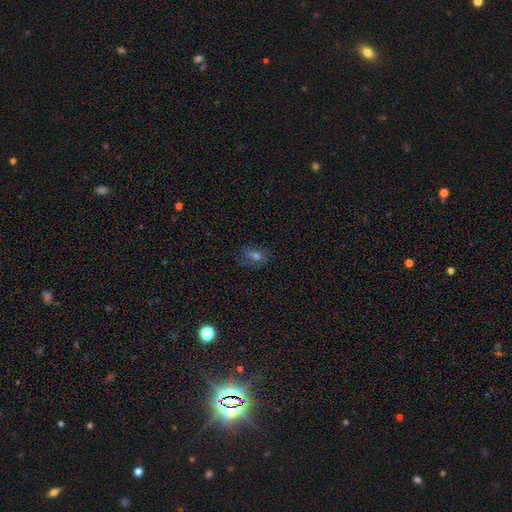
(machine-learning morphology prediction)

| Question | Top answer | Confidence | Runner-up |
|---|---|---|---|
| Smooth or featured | smooth | 42% | featured or disk (31%) |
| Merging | none | 72% | minor disturbance (18%) |